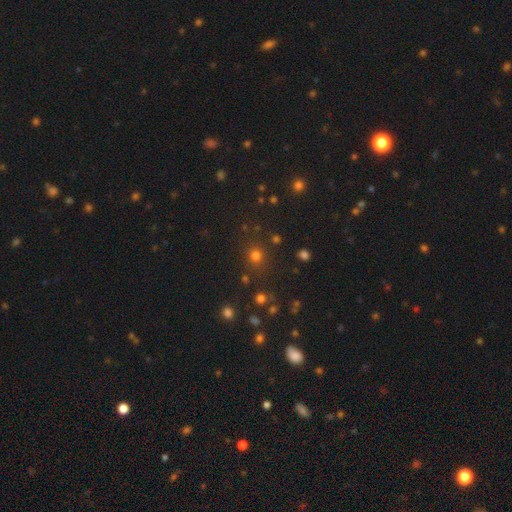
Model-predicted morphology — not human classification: This is likely a smooth galaxy (71%). How rounded: clearly round (90%). Merging: clearly none (85%).